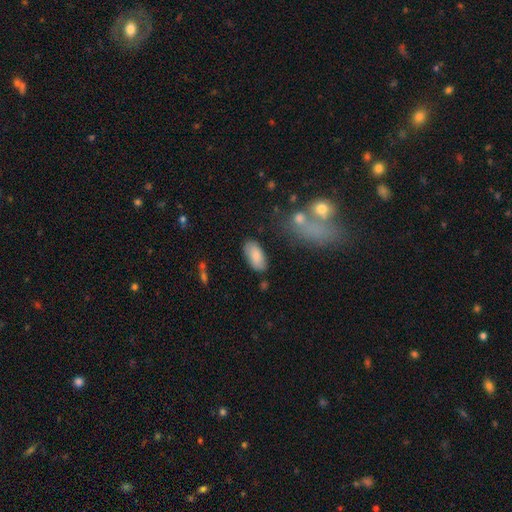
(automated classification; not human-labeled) Smooth or featured: smooth — 82% (featured or disk — 12%)
How rounded: in between — 93% (cigar-shaped — 4%)
Merging: none — 80% (minor disturbance — 14%)